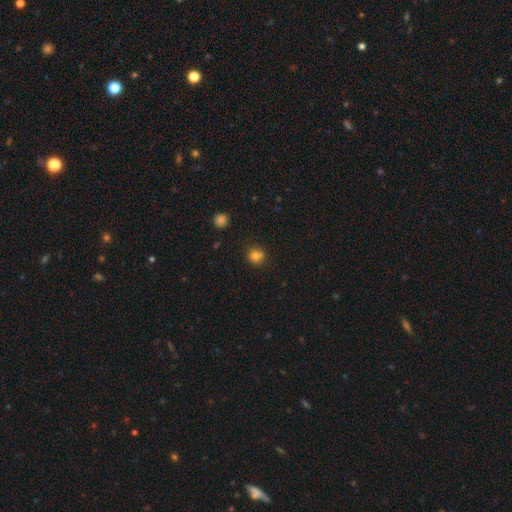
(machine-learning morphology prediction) Smooth or featured? smooth (77%)
How rounded? round (87%)
Merging? none (68%)